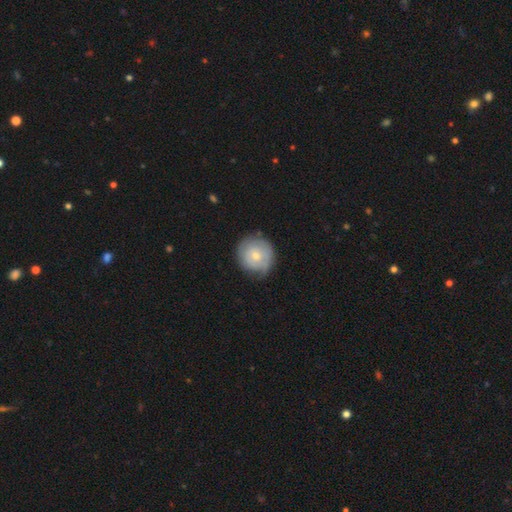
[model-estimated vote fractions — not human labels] smooth_or_featured: smooth (p=0.60) [alt: featured or disk p=0.34]
how_rounded: round (p=0.91) [alt: in between p=0.08]
merging: none (p=0.66) [alt: minor disturbance p=0.25]